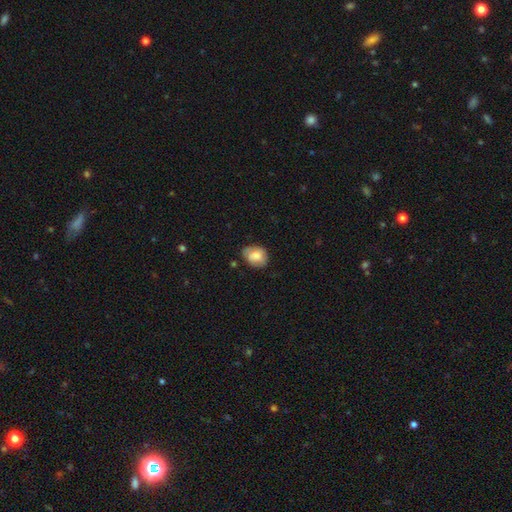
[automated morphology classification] Overall: smooth (76%). How rounded: in between (62%; round 37%). Merging: none (64%; minor disturbance 28%).